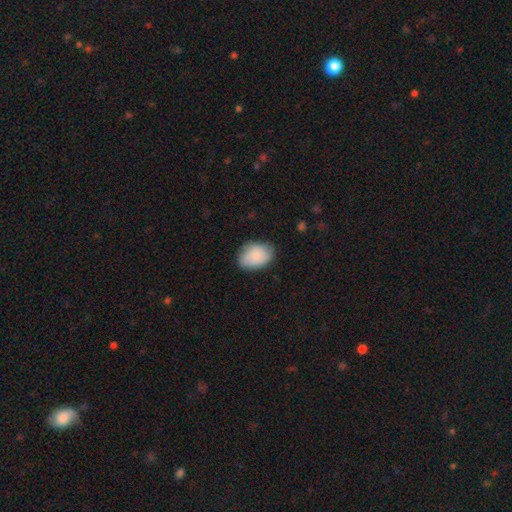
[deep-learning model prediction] Smooth or featured? Predicted: smooth (p=0.87). How rounded? Predicted: in between (p=0.78). Merging? Predicted: none (p=0.76).